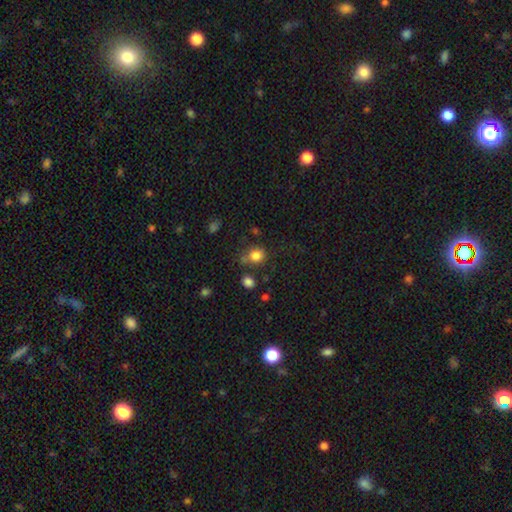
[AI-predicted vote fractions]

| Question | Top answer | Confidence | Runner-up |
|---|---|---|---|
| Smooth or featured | smooth | 81% | star or artifact (12%) |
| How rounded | round | 71% | in between (28%) |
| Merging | none | 63% | minor disturbance (19%) |